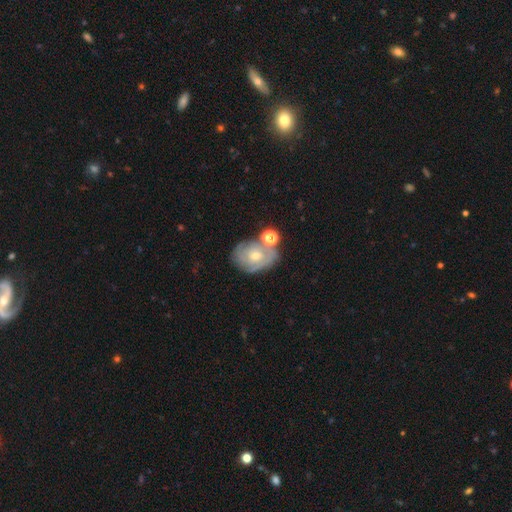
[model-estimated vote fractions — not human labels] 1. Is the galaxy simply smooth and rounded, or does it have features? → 58% featured or disk, 33% smooth, 9% star or artifact.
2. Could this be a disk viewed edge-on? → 96% no, 4% yes.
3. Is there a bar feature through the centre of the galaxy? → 73% no, 23% weak, 4% strong.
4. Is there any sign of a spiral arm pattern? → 72% yes, 28% no.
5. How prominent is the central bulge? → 54% small, 39% moderate, 3% large, 3% none, 1% dominant.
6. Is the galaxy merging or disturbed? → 50% none, 21% merger, 20% minor disturbance, 9% major disturbance.